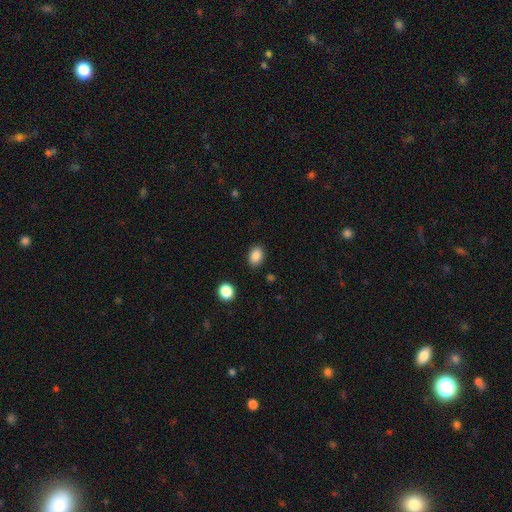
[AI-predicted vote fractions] Smooth or featured? Predicted: smooth (p=0.87). How rounded? Predicted: in between (p=0.75). Merging? Predicted: none (p=0.86).